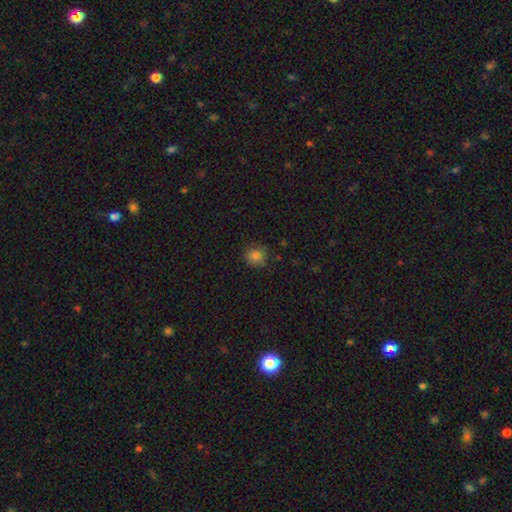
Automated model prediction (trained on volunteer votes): A smooth galaxy with no disk features (81%) that is round (88%).

Vote fractions:
- Smooth or featured? smooth: 81% / star or artifact: 13% / featured or disk: 6%
- How rounded? round: 88% / in between: 12% / cigar-shaped: 1%
- Merging? none: 84% / minor disturbance: 12% / major disturbance: 3% / merger: 1%